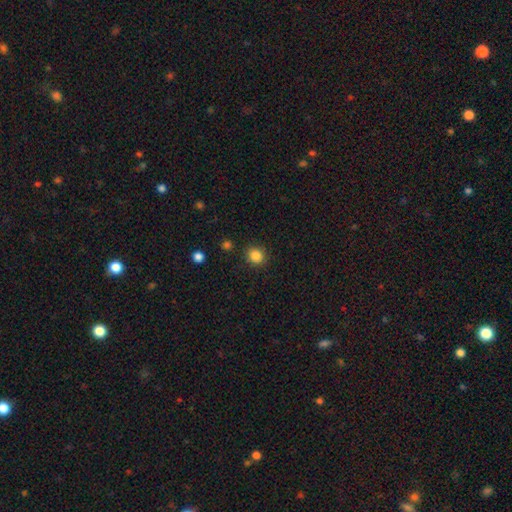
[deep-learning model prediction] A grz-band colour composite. It shows a smooth galaxy with no disk features (85%) that is round (84%). Merging: none (89%).